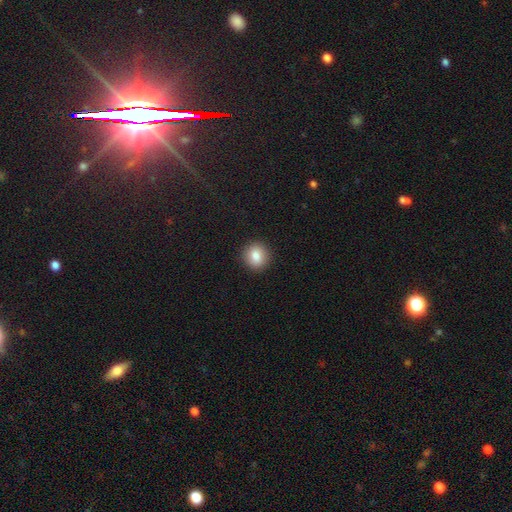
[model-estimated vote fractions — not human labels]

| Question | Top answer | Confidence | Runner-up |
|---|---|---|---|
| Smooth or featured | smooth | 82% | star or artifact (9%) |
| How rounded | round | 88% | in between (11%) |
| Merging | none | 92% | minor disturbance (6%) |